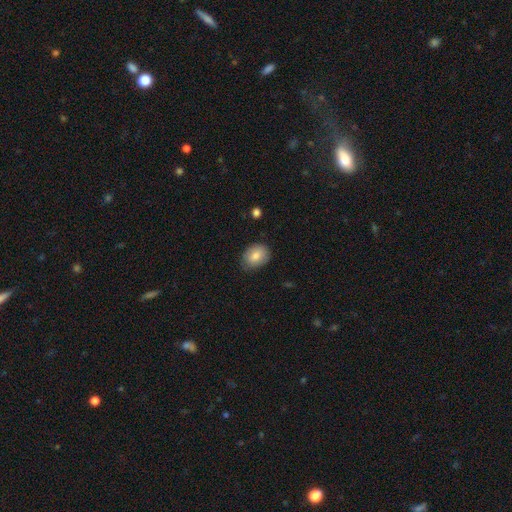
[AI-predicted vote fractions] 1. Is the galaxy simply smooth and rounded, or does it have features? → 80% smooth, 12% featured or disk, 7% star or artifact.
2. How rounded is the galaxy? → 66% in between, 33% round, 1% cigar-shaped.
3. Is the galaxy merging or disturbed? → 79% none, 17% minor disturbance, 3% major disturbance, 1% merger.